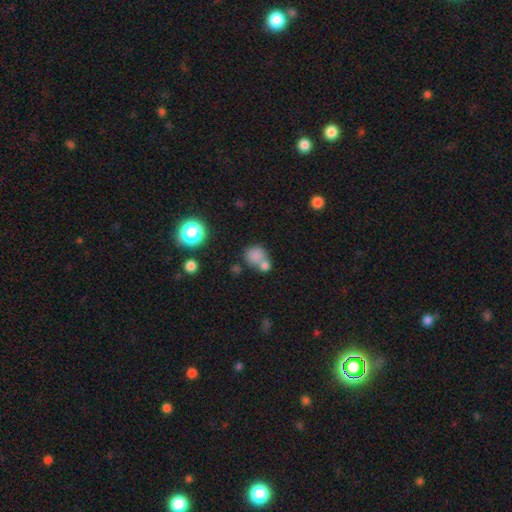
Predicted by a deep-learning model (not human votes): smooth_or_featured: smooth (p=0.77) [alt: star or artifact p=0.14]
how_rounded: round (p=0.77) [alt: in between p=0.22]
merging: none (p=0.43) [alt: merger p=0.42]